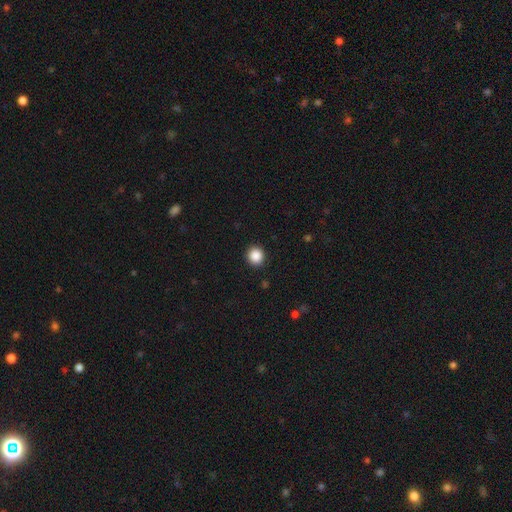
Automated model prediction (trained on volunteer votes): A smooth galaxy with no disk features (88%) that is round (90%).

Vote fractions:
- Smooth or featured? smooth: 88% / star or artifact: 9% / featured or disk: 3%
- How rounded? round: 90% / in between: 9% / cigar-shaped: 1%
- Merging? none: 92% / minor disturbance: 5% / major disturbance: 2% / merger: 1%